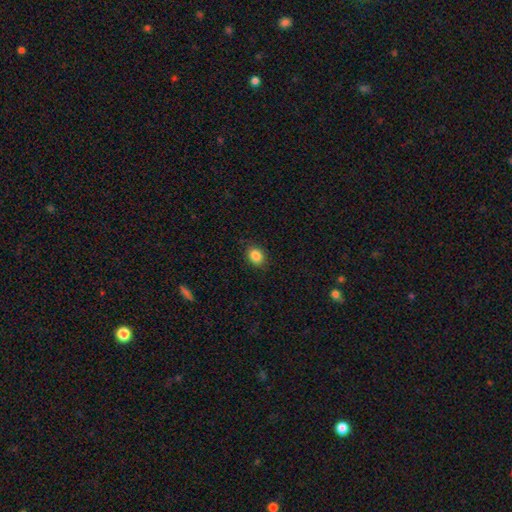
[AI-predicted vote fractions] Smooth or featured: smooth — 85% (star or artifact — 10%)
How rounded: round — 55% (in between — 44%)
Merging: none — 87% (minor disturbance — 10%)